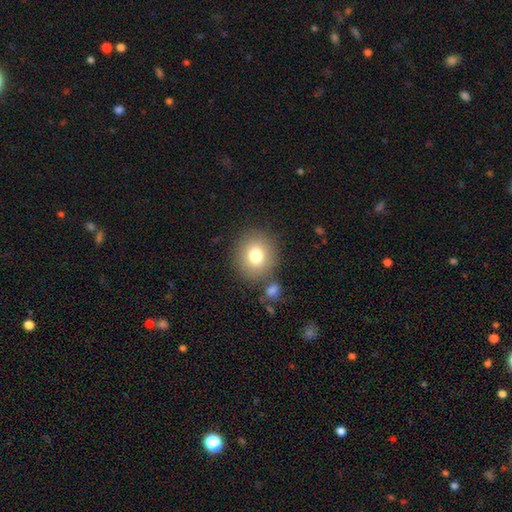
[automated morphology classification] A smooth galaxy with no disk features (78%) that is round (81%).

Vote fractions:
- Smooth or featured? smooth: 78% / featured or disk: 11% / star or artifact: 11%
- How rounded? round: 81% / in between: 18% / cigar-shaped: 1%
- Merging? none: 78% / minor disturbance: 10% / merger: 8% / major disturbance: 4%